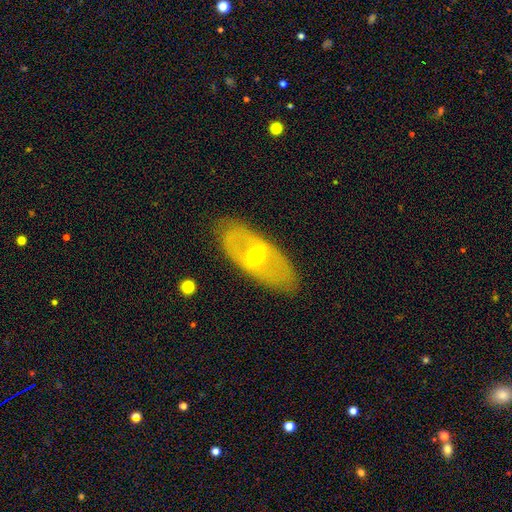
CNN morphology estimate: Q: Smooth or featured?
A: featured or disk (68%); runner-up: smooth (26%)
Q: Edge-on disk?
A: no (82%); runner-up: yes (18%)
Q: Bar?
A: no (37%); runner-up: weak (35%)
Q: Spiral arms?
A: no (74%); runner-up: yes (26%)
Q: Bulge size?
A: moderate (58%); runner-up: small (36%)
Q: Merging?
A: none (83%); runner-up: minor disturbance (11%)